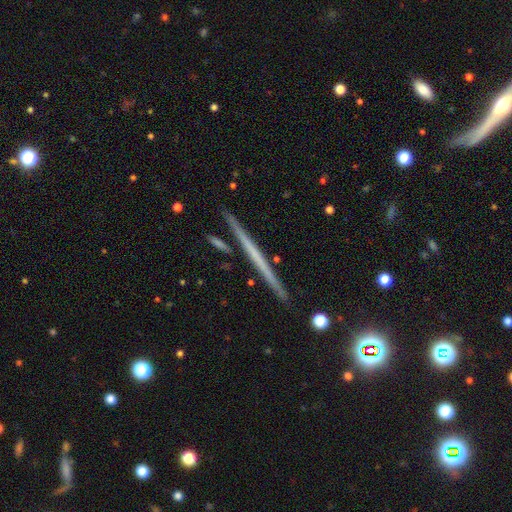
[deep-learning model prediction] This appears to be a featured or disk galaxy (59%) viewed edge-on (98%) with no central bulge (92%). Merging: none (91%).